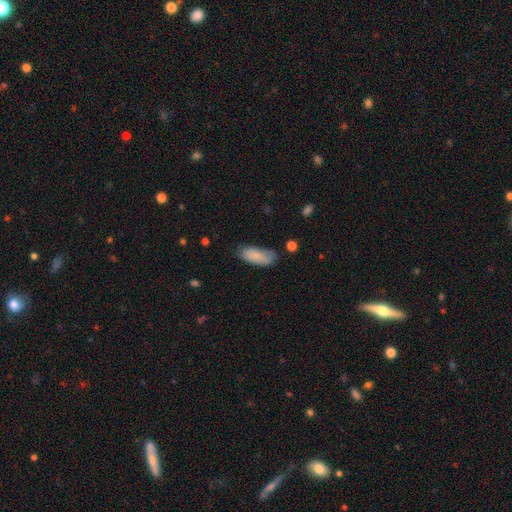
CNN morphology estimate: Smooth or featured?
  - smooth: 85% *
  - featured or disk: 9%
  - star or artifact: 7%
How rounded?
  - in between: 81% *
  - cigar-shaped: 17%
  - round: 2%
Merging?
  - none: 62% *
  - minor disturbance: 29%
  - major disturbance: 7%
  - merger: 3%